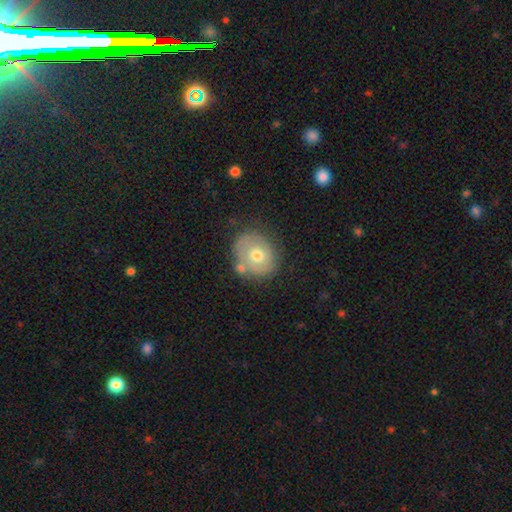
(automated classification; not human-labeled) This is possibly a smooth galaxy (59%). How rounded: likely round (66%). Merging: likely none (69%).